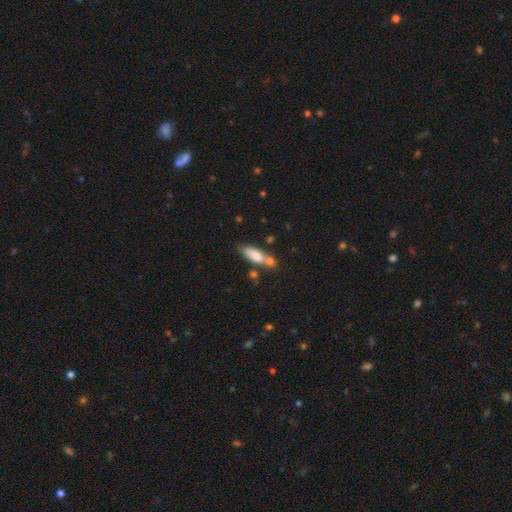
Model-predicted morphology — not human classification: Smooth or featured? Predicted: smooth (p=0.79). How rounded? Predicted: in between (p=0.58). Merging? Predicted: none (p=0.47).